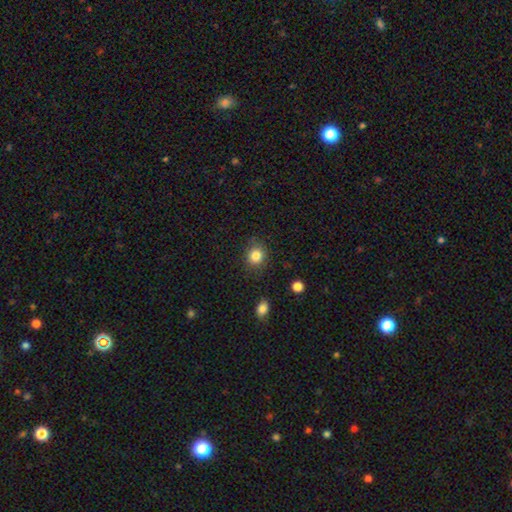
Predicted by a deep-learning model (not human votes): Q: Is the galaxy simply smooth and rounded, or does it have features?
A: smooth — 84%.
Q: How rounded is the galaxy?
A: round — 78%.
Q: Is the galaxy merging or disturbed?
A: none — 85%.